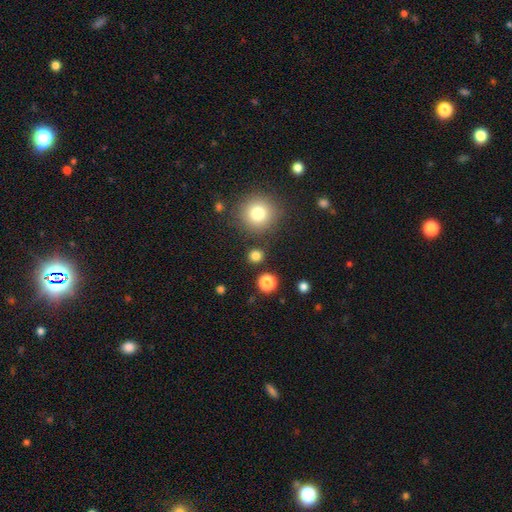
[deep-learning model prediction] smooth 79%, star or artifact 16%, featured or disk 5%. Down the decision tree: how rounded — round (89%); merging — none (86%).